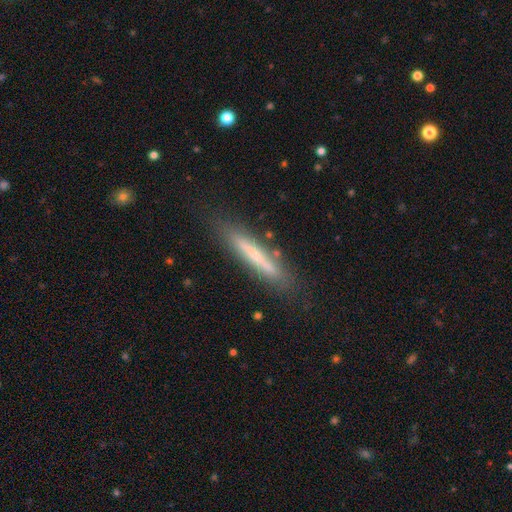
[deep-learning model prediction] Smooth or featured: smooth — 48% (featured or disk — 44%)
Merging: none — 81% (minor disturbance — 12%)